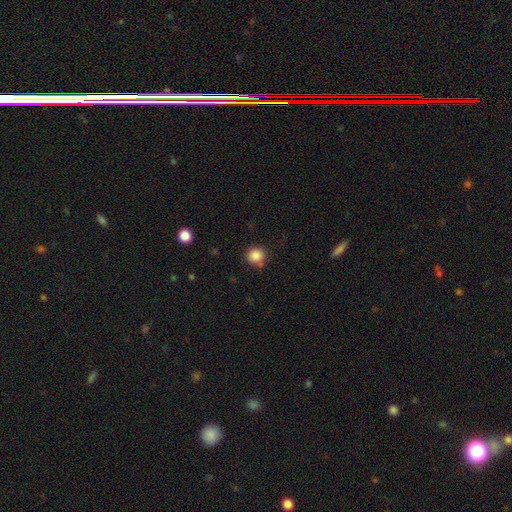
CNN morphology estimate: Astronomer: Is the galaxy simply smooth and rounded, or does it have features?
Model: smooth — 86%.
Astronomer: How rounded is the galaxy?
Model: round — 87%.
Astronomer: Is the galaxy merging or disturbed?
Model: none — 76%.